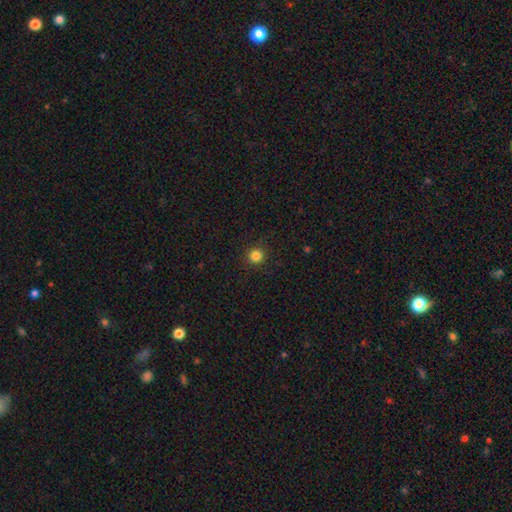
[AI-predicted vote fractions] A smooth galaxy with no disk features (84%) that is round (95%).

Vote fractions:
- Smooth or featured? smooth: 84% / star or artifact: 13% / featured or disk: 4%
- How rounded? round: 95% / in between: 4% / cigar-shaped: 1%
- Merging? none: 91% / minor disturbance: 6% / major disturbance: 2% / merger: 1%